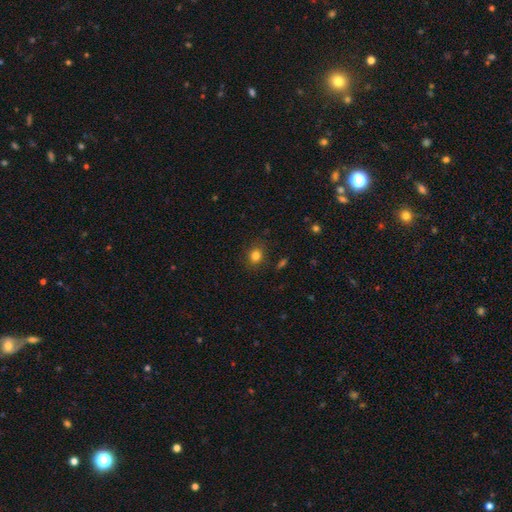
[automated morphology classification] smooth-or-featured: smooth: 81% | star or artifact: 13% | featured or disk: 6%
  how-rounded: round: 67% | in between: 32% | cigar-shaped: 1%
  merging: none: 85% | minor disturbance: 10% | major disturbance: 3% | merger: 2%